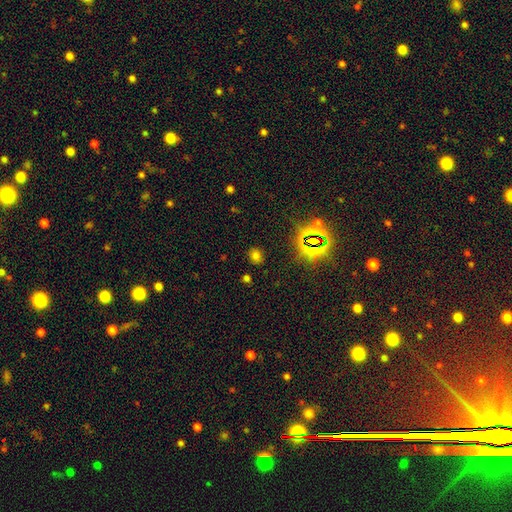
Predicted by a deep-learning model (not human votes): A smooth galaxy with no disk features (62%) that is round (65%).

Vote fractions:
- Smooth or featured? smooth: 62% / star or artifact: 31% / featured or disk: 7%
- How rounded? round: 65% / in between: 34% / cigar-shaped: 1%
- Merging? none: 85% / minor disturbance: 9% / major disturbance: 3% / merger: 2%